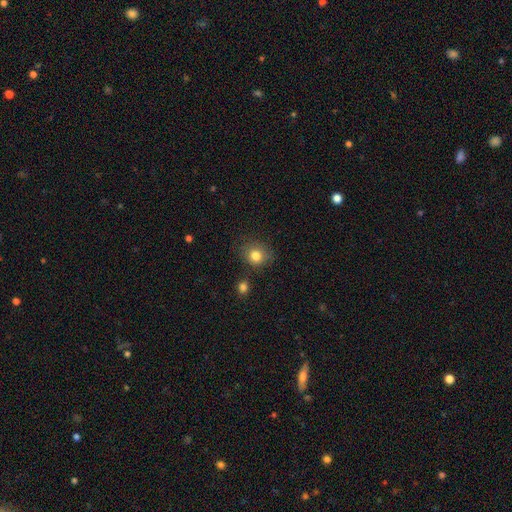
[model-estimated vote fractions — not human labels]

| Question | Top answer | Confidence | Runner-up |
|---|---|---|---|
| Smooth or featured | smooth | 81% | star or artifact (11%) |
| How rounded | round | 73% | in between (26%) |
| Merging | none | 76% | minor disturbance (15%) |